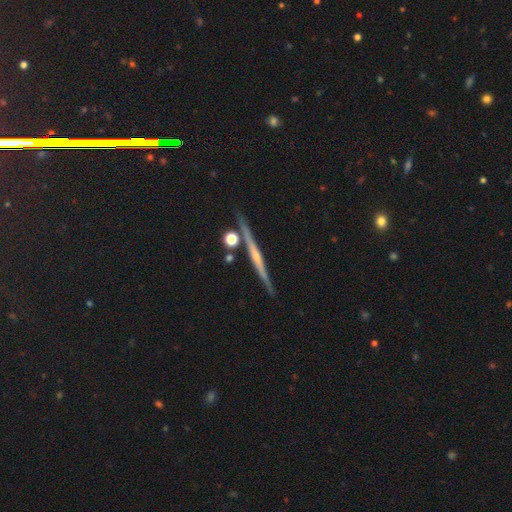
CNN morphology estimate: Smooth or featured? featured or disk (66%)
Edge-on disk? yes (96%)
Edge-on bulge? rounded (50%)
Merging? none (82%)